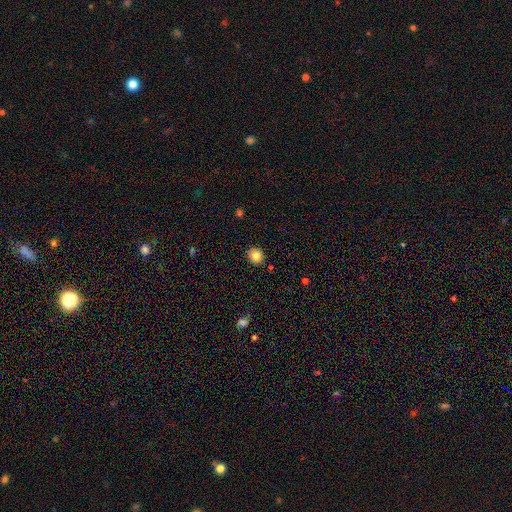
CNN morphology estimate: A smooth galaxy with no disk features (82%) that is round (86%). Merging: none (90%).